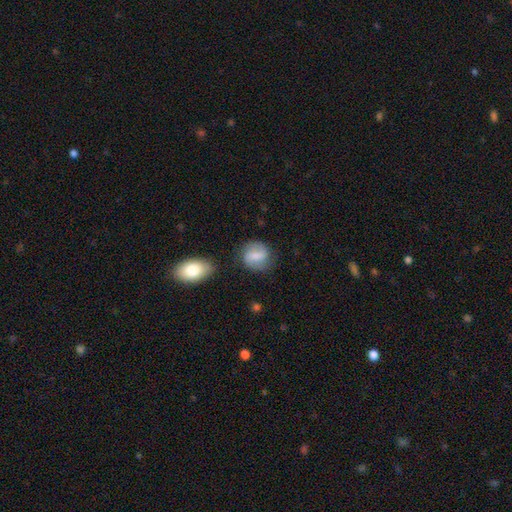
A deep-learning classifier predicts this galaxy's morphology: This is possibly a smooth galaxy (55%). How rounded: likely round (75%). Merging: likely none (75%).